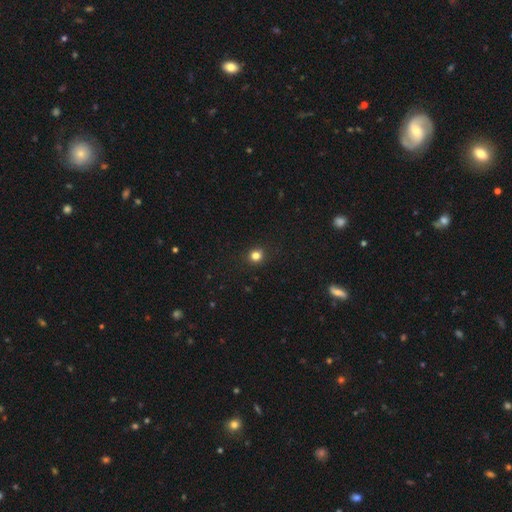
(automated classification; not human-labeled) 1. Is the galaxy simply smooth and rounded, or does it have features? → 81% smooth, 14% star or artifact, 5% featured or disk.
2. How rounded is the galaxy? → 87% round, 13% in between, 1% cigar-shaped.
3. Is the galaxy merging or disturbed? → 90% none, 7% minor disturbance, 2% major disturbance, 1% merger.